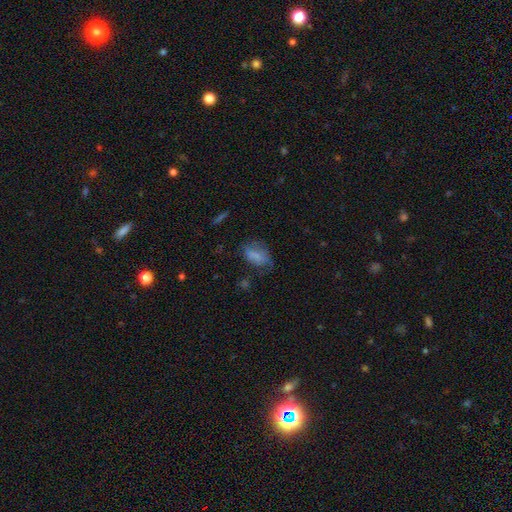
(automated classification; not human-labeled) This appears to be a smooth galaxy with no disk features (70%) that is in between round and cigar-shaped (87%). Merging: none (47%).